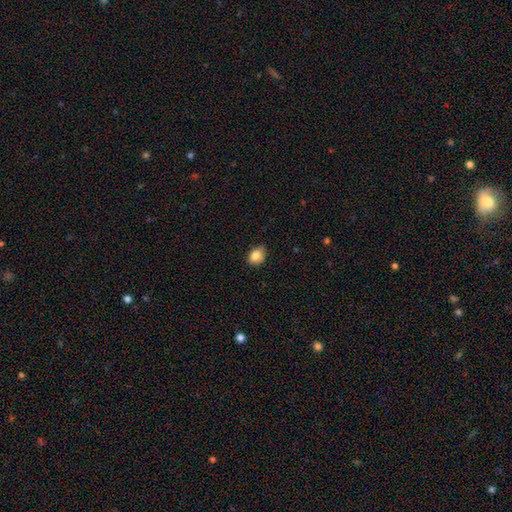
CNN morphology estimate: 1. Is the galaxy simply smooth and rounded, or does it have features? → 85% smooth, 9% star or artifact, 6% featured or disk.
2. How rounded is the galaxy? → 56% in between, 43% round, 1% cigar-shaped.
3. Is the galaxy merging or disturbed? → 75% none, 21% minor disturbance, 3% major disturbance, 1% merger.